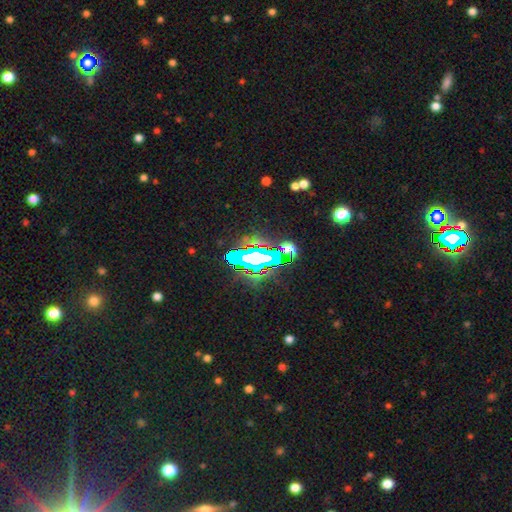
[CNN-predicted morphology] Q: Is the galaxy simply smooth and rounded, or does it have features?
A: star or artifact — 61%.